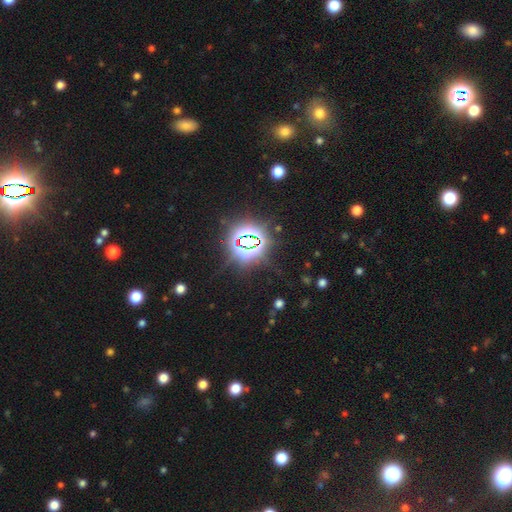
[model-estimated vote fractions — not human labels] Morphology: type=star or artifact (82%).